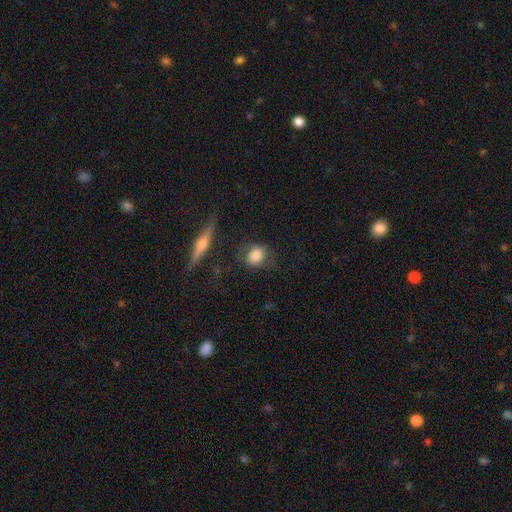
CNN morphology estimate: type=smooth (74%); roundness=round (58%); merging=none (63%).